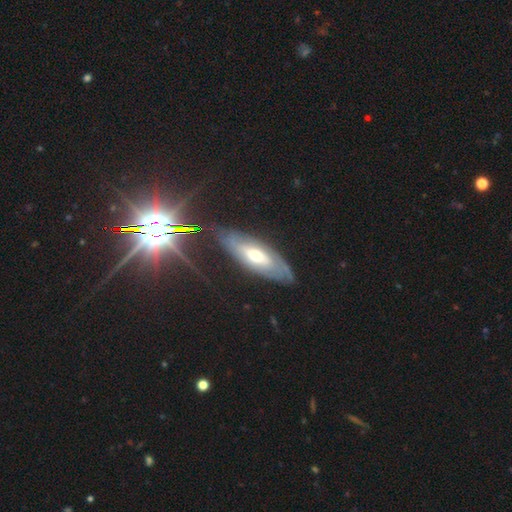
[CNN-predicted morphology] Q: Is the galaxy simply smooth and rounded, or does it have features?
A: featured or disk — 61%.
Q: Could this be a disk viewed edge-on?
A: no — 70%.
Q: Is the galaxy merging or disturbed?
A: none — 77%.